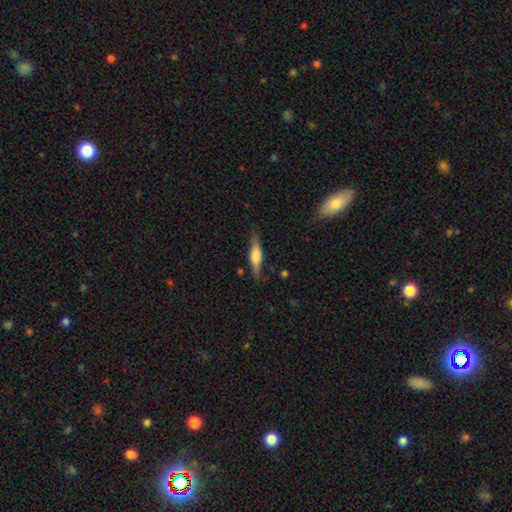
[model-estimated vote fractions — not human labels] Smooth or featured? smooth (48%)
Merging? none (80%)